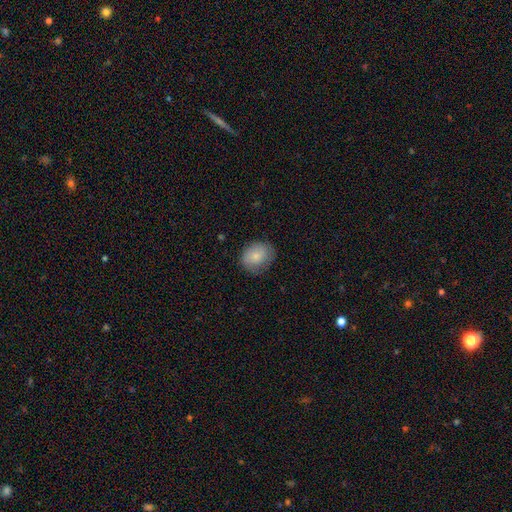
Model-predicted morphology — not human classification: This is likely a smooth galaxy (77%). How rounded: possibly round (60%). Merging: likely none (74%).